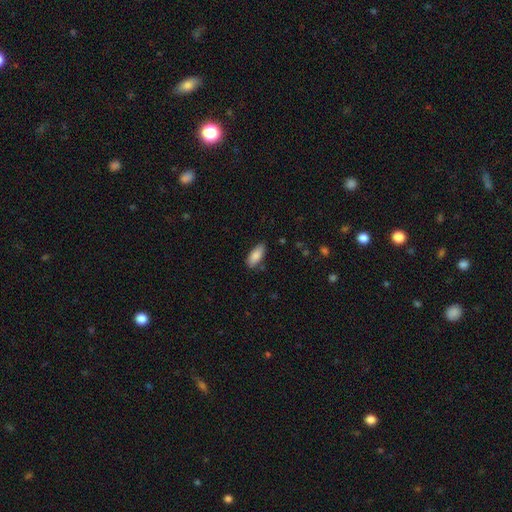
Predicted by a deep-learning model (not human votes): This appears to be a smooth galaxy with no disk features (87%) that is in between round and cigar-shaped (82%). Merging: none (78%).